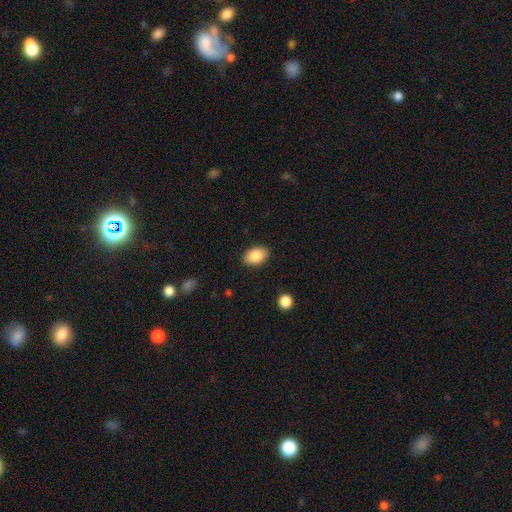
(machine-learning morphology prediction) This appears to be a smooth galaxy with no disk features (87%) that is in between round and cigar-shaped (90%). Merging: none (88%).